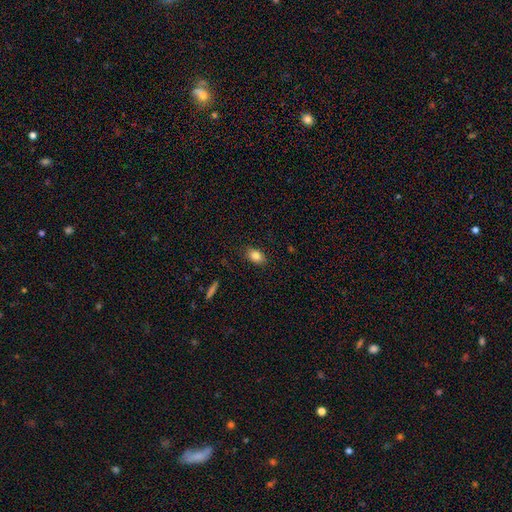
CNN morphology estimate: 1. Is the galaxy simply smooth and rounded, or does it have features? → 81% smooth, 10% featured or disk, 9% star or artifact.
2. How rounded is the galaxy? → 85% in between, 13% round, 2% cigar-shaped.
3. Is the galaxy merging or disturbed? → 85% none, 11% minor disturbance, 2% major disturbance, 1% merger.